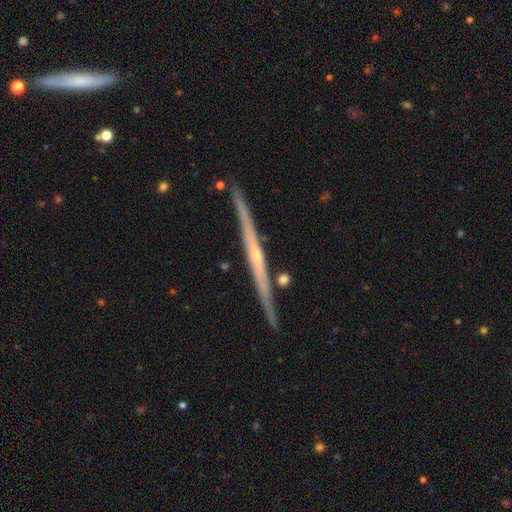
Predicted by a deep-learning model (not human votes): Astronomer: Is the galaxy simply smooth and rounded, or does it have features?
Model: featured or disk — 81%.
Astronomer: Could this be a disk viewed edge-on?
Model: yes — 98%.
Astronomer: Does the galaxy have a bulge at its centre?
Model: rounded — 50% (runner-up: none, 44%).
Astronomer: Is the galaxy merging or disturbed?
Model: none — 88%.